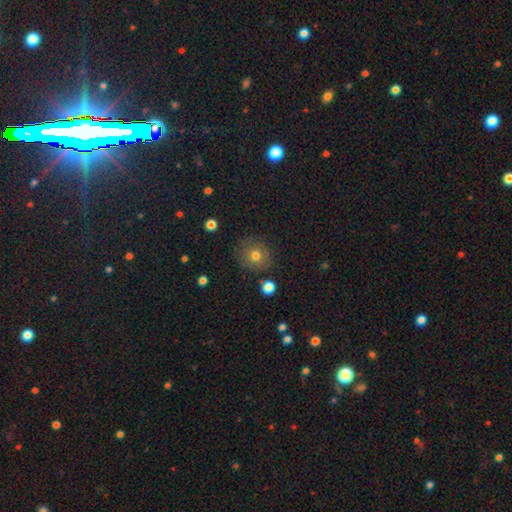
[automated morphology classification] smooth-or-featured: smooth: 73% | featured or disk: 15% | star or artifact: 12%
  how-rounded: round: 85% | in between: 14% | cigar-shaped: 1%
  merging: none: 81% | minor disturbance: 12% | major disturbance: 4% | merger: 3%